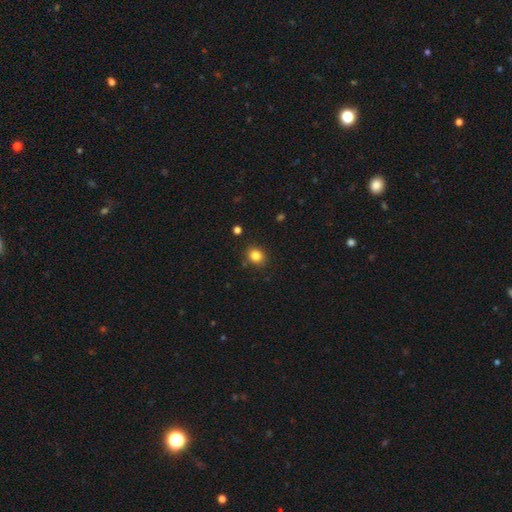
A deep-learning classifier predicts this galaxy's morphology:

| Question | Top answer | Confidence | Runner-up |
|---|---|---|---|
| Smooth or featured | smooth | 83% | star or artifact (12%) |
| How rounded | round | 70% | in between (29%) |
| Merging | none | 86% | minor disturbance (9%) |